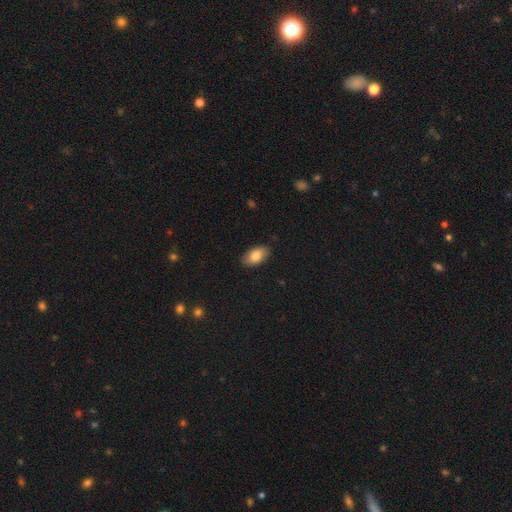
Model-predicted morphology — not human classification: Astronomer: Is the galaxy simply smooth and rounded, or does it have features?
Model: smooth — 84%.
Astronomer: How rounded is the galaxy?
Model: in between — 94%.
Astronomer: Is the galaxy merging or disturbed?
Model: none — 88%.